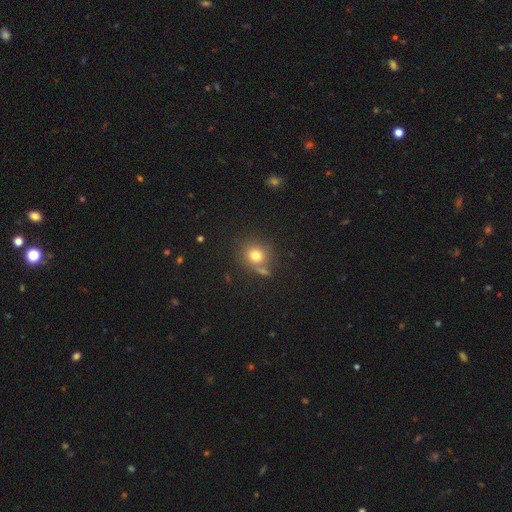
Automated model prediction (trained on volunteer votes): Morphology: type=smooth (76%); roundness=round (81%); merging=none (69%).